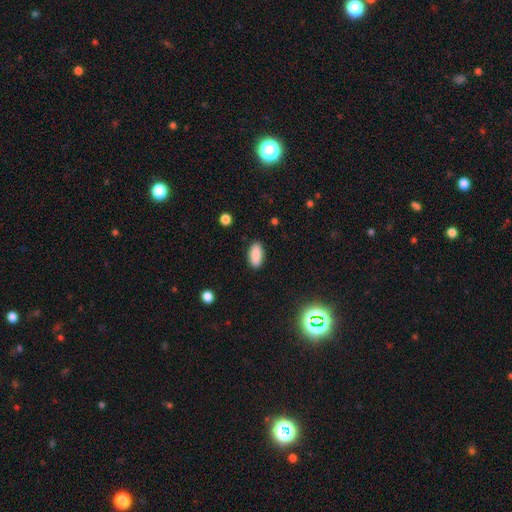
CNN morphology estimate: The model was most divided on "merging": none: 88%, minor disturbance: 9%, major disturbance: 2%, merger: 1%. More confident: how rounded — in between (90%); smooth or featured — smooth (88%).